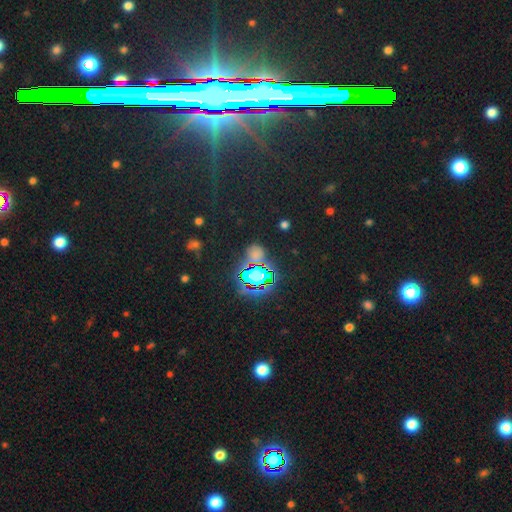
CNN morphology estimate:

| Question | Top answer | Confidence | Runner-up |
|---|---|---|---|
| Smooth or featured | star or artifact | 62% | smooth (29%) |